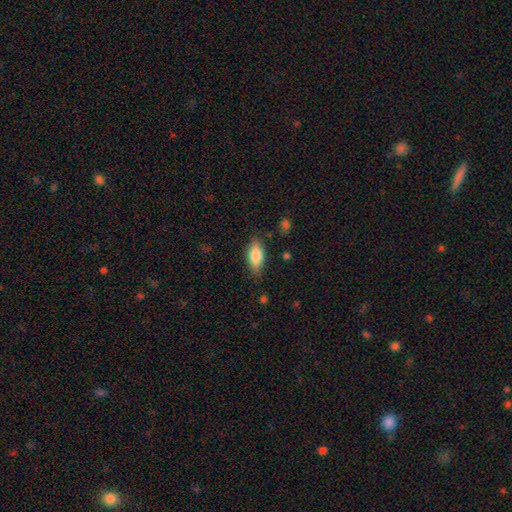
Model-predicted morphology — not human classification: This is clearly a smooth galaxy (80%). How rounded: clearly in between (82%). Merging: clearly none (81%).